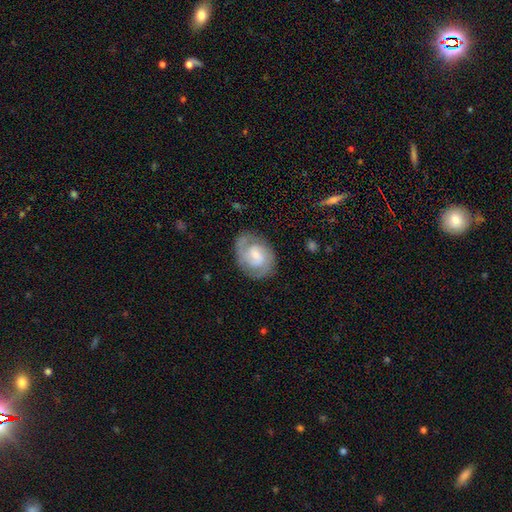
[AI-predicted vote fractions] smooth_or_featured: featured or disk (p=0.75) [alt: smooth p=0.19]
disk_edge_on: no (p=0.98) [alt: yes p=0.02]
bar: weak (p=0.54) [alt: no p=0.35]
has_spiral_arms: yes (p=0.94) [alt: no p=0.06]
spiral_winding: medium (p=0.46) [alt: tight p=0.43]
spiral_arm_count: 2 (p=0.74) [alt: can't tell p=0.11]
bulge_size: small (p=0.44) [alt: moderate p=0.37]
merging: none (p=0.79) [alt: minor disturbance p=0.14]